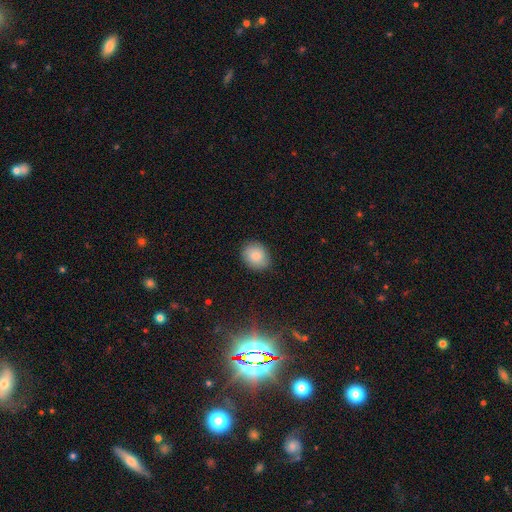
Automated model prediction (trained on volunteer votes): Smooth or featured: smooth — 85% (star or artifact — 8%)
How rounded: round — 56% (in between — 43%)
Merging: none — 84% (minor disturbance — 12%)